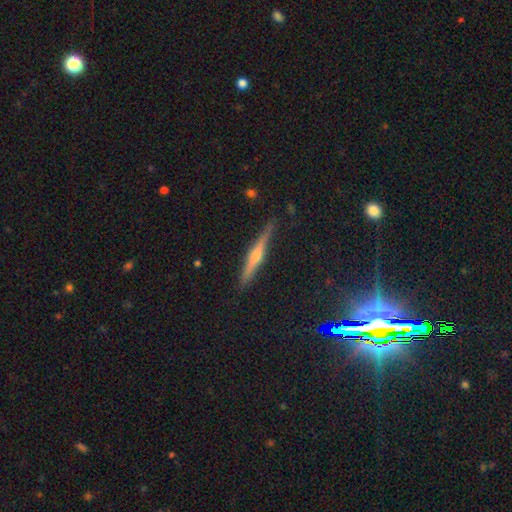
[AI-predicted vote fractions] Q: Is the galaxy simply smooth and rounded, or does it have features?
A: featured or disk — 68%.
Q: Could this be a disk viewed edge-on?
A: yes — 97%.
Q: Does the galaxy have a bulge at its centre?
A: rounded — 83%.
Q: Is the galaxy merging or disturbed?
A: none — 87%.